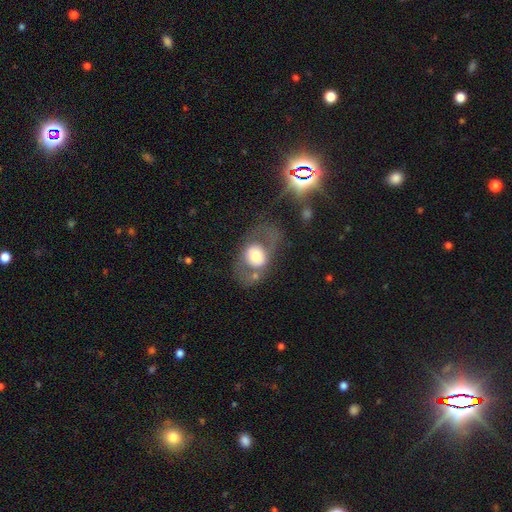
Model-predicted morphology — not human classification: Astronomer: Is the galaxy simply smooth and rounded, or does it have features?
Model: smooth — 49% (runner-up: featured or disk, 43%).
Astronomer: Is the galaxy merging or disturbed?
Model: none — 54%.